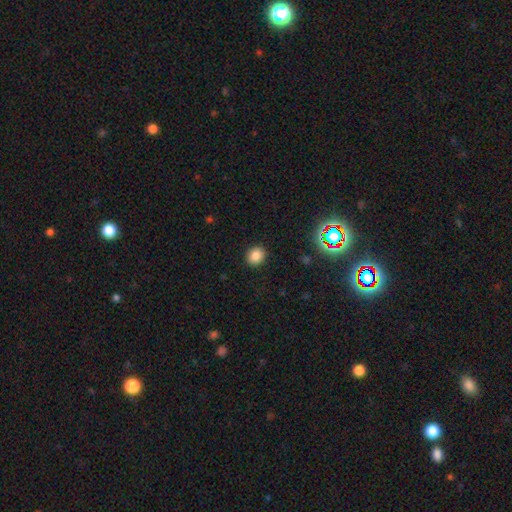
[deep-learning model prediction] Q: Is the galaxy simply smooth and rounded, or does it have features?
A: smooth — 83%.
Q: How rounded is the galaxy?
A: round — 70%.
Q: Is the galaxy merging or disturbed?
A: none — 90%.